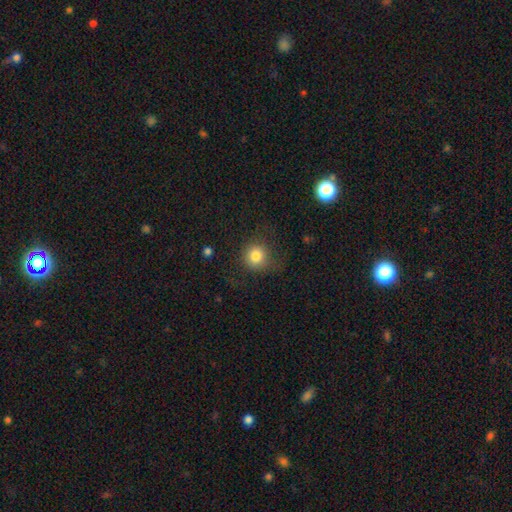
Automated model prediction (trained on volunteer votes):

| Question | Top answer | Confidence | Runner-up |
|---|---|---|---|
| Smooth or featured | smooth | 81% | star or artifact (12%) |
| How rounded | round | 90% | in between (9%) |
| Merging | none | 75% | minor disturbance (15%) |